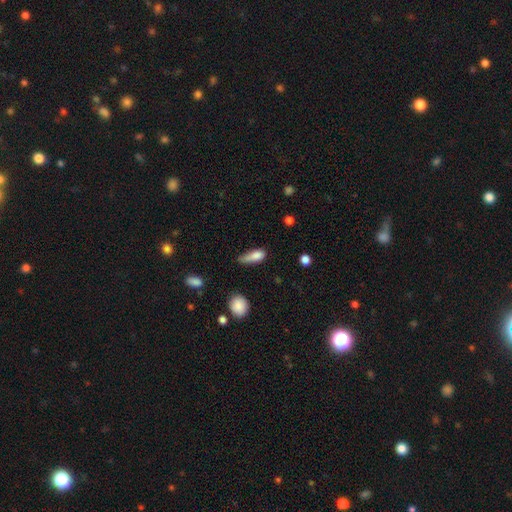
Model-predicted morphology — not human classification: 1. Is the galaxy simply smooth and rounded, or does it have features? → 78% smooth, 14% featured or disk, 9% star or artifact.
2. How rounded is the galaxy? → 65% in between, 29% cigar-shaped, 6% round.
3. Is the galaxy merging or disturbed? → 40% minor disturbance, 28% none, 24% major disturbance, 8% merger.